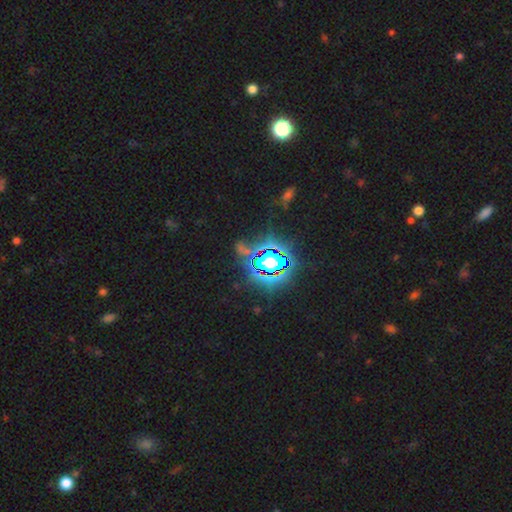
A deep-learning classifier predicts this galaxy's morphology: The model was most divided on "smooth or featured": star or artifact: 83%, smooth: 10%, featured or disk: 7%.